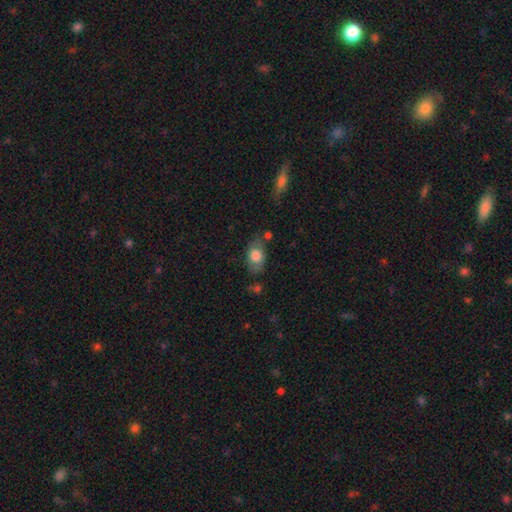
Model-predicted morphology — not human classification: A smooth galaxy with no disk features (75%) that is in between round and cigar-shaped (86%).

Vote fractions:
- Smooth or featured? smooth: 75% / featured or disk: 18% / star or artifact: 7%
- How rounded? in between: 86% / round: 11% / cigar-shaped: 3%
- Merging? none: 63% / minor disturbance: 23% / major disturbance: 7% / merger: 7%